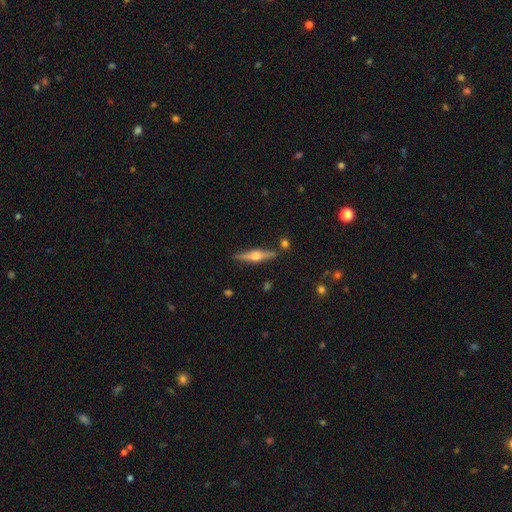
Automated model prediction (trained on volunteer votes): Overall: featured or disk (70%). Edge-on disk: yes (97%). Edge-on bulge: rounded (93%). Merging: none (86%).